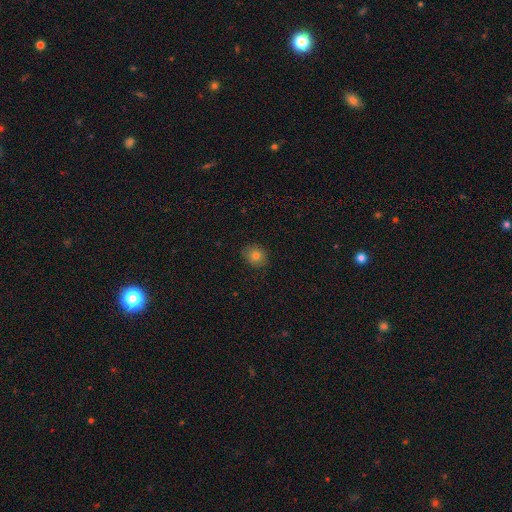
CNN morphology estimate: This appears to be a smooth galaxy with no disk features (78%) that is round (72%). Merging: none (82%).